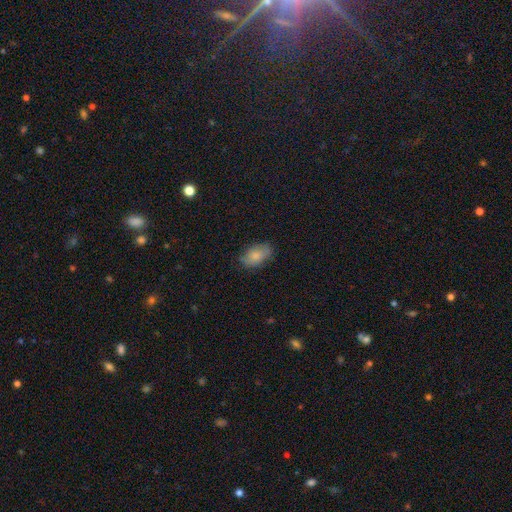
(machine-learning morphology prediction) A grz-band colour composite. It shows a smooth galaxy with no disk features (79%) that is in between round and cigar-shaped (90%). Merging: none (75%).